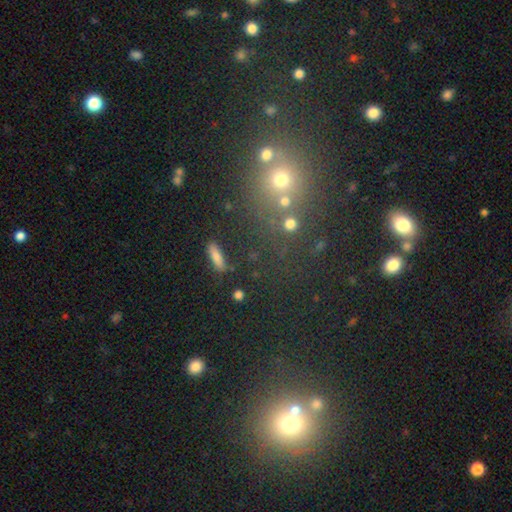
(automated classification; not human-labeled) A star or artifact, not a galaxy (47%).

Vote fractions:
- Smooth or featured? star or artifact: 47% / smooth: 40% / featured or disk: 13%